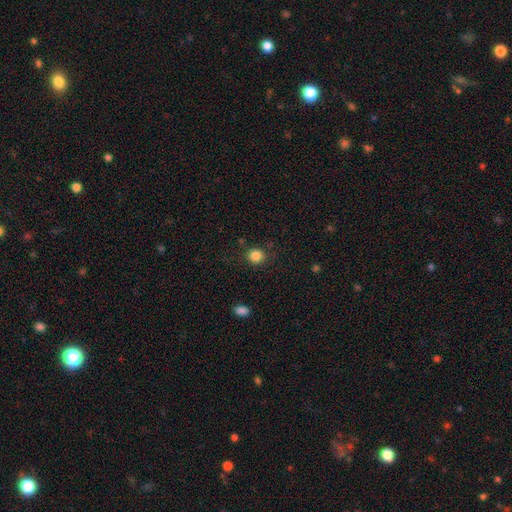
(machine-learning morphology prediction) A smooth galaxy with no disk features (85%) that is round (88%). Merging: none (84%).